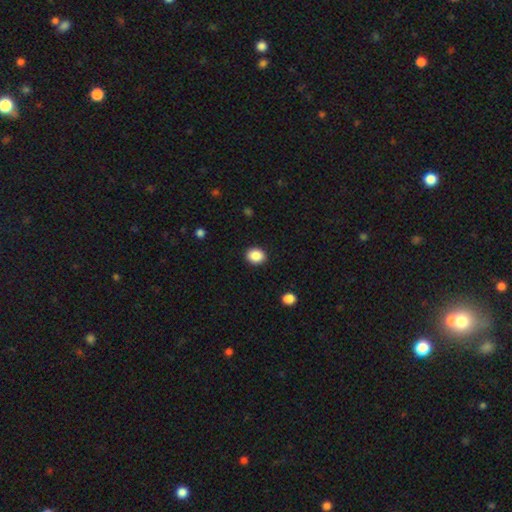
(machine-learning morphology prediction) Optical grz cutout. It shows a smooth galaxy with no disk features (88%) that is round (55%). Merging: none (91%).